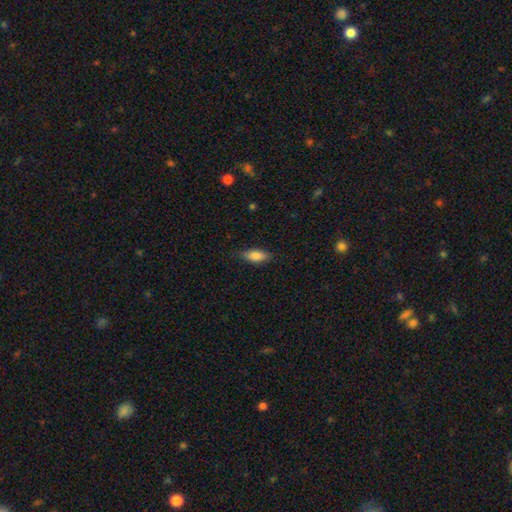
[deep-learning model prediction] Morphology: type=smooth (84%); roundness=in between (78%); merging=none (80%).